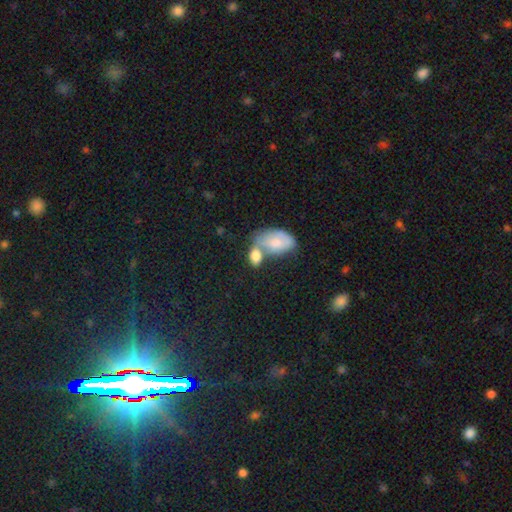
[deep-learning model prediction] Q: Smooth or featured?
A: smooth (76%); runner-up: featured or disk (17%)
Q: How rounded?
A: in between (86%); runner-up: round (12%)
Q: Merging?
A: merger (48%); runner-up: none (31%)